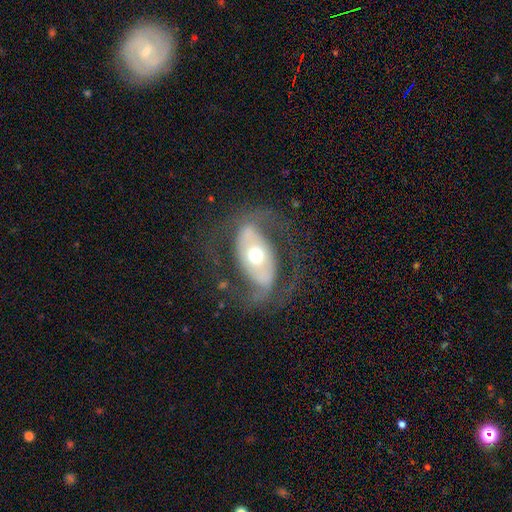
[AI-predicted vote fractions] Morphology: type=featured or disk (77%); edge-on=no (93%); bar=no (51%); spiral arms=yes (73%); winding=medium (44%); arm count=2 (86%); bulge=moderate (69%); merging=none (65%).